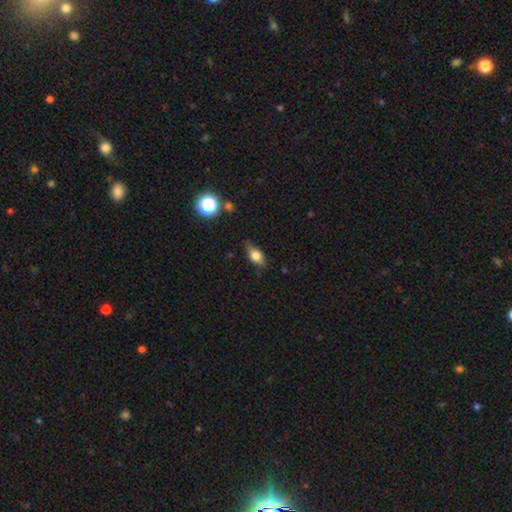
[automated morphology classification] A smooth galaxy with no disk features (64%) that is in between round and cigar-shaped (73%).

Vote fractions:
- Smooth or featured? smooth: 64% / featured or disk: 27% / star or artifact: 10%
- How rounded? in between: 73% / cigar-shaped: 14% / round: 13%
- Merging? none: 76% / minor disturbance: 18% / major disturbance: 4% / merger: 2%